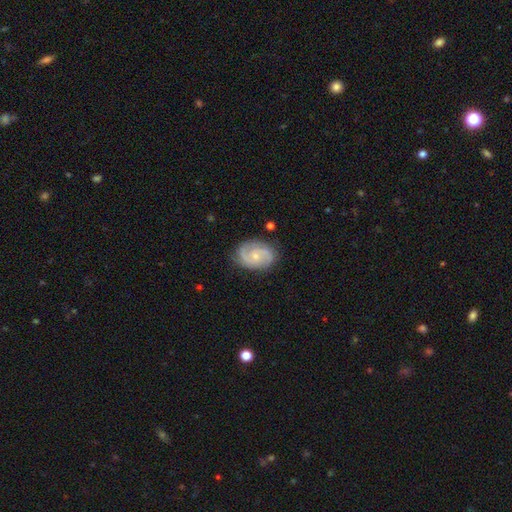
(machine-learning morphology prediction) Overall: featured or disk (82%). Edge-on disk: no (98%). Bar: no (61%; weak 34%). Spiral arms: yes (96%). Spiral arm count: 2 (74%). Spiral winding: medium (48%; tight 38%). Bulge size: small (65%; moderate 29%). Merging: none (79%).